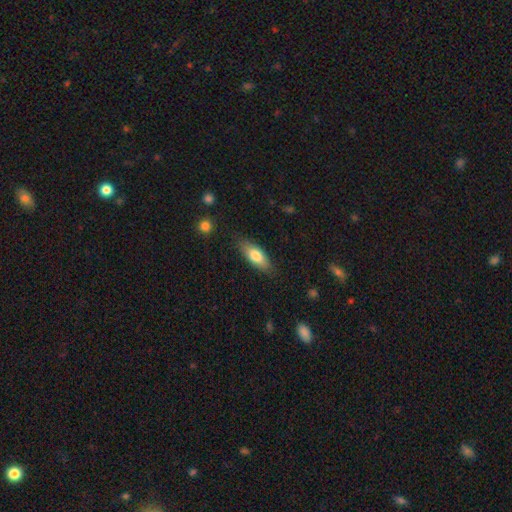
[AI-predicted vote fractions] Smooth or featured? smooth (76%)
How rounded? in between (72%)
Merging? none (82%)